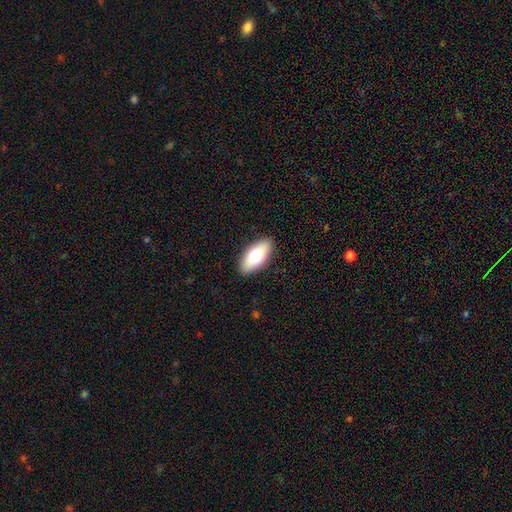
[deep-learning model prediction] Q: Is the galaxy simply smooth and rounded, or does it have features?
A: smooth — 76%.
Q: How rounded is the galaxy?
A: in between — 89%.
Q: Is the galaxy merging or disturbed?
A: none — 89%.